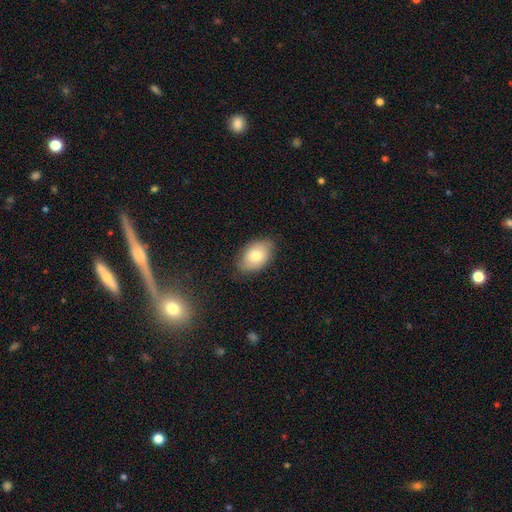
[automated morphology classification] Smooth or featured? Predicted: smooth (p=0.75). How rounded? Predicted: in between (p=0.88). Merging? Predicted: none (p=0.78).